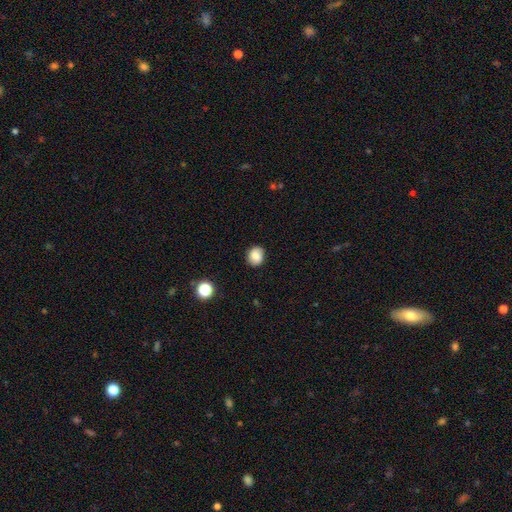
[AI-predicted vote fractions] Smooth or featured? smooth (79%)
How rounded? round (65%)
Merging? none (85%)